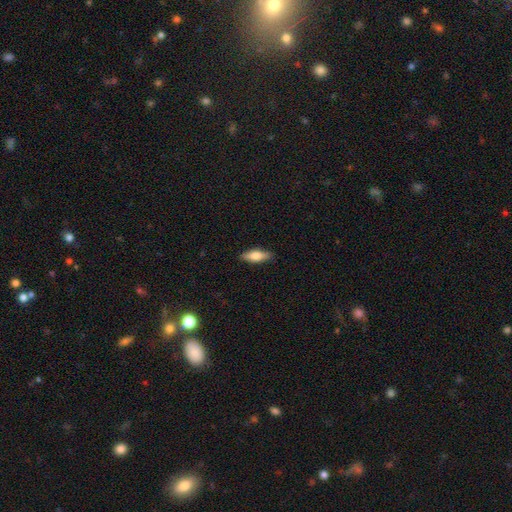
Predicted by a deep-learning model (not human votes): Smooth or featured?
  - smooth: 67% *
  - featured or disk: 27%
  - star or artifact: 6%
How rounded?
  - in between: 54% *
  - cigar-shaped: 44%
  - round: 2%
Merging?
  - none: 88% *
  - minor disturbance: 9%
  - major disturbance: 2%
  - merger: 1%